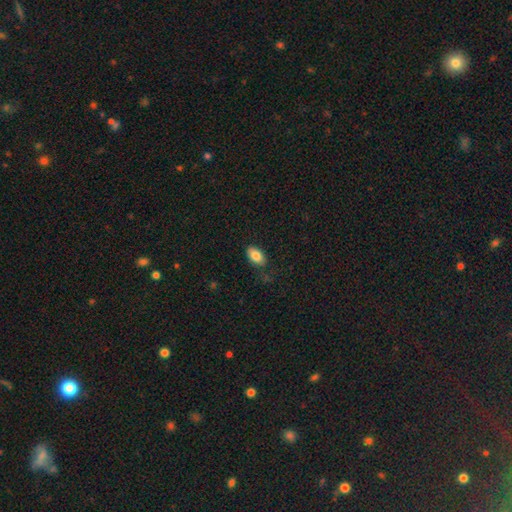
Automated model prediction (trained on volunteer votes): smooth 83%, featured or disk 9%, star or artifact 7%. Down the decision tree: how rounded — in between (92%); merging — none (81%).